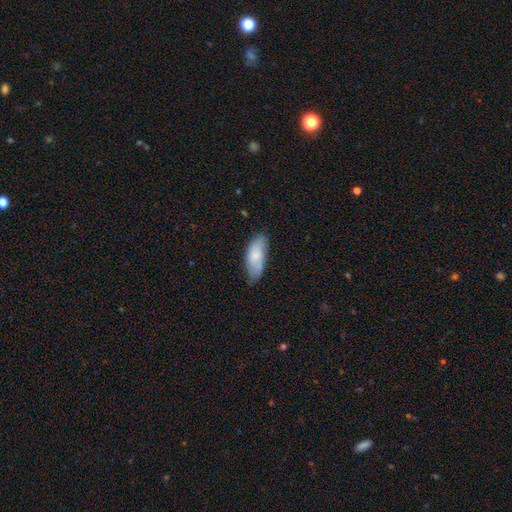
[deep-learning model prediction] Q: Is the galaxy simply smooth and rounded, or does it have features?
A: smooth — 76%.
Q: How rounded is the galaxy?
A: in between — 87%.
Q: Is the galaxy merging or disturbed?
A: none — 60%.